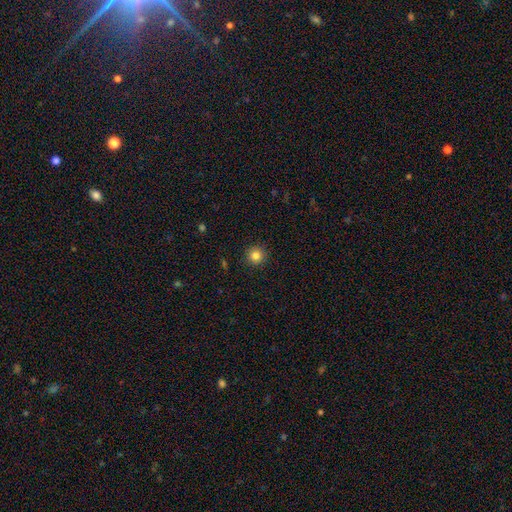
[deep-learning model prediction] Smooth or featured: smooth — 84% (star or artifact — 11%)
How rounded: round — 95% (in between — 4%)
Merging: none — 92% (minor disturbance — 5%)